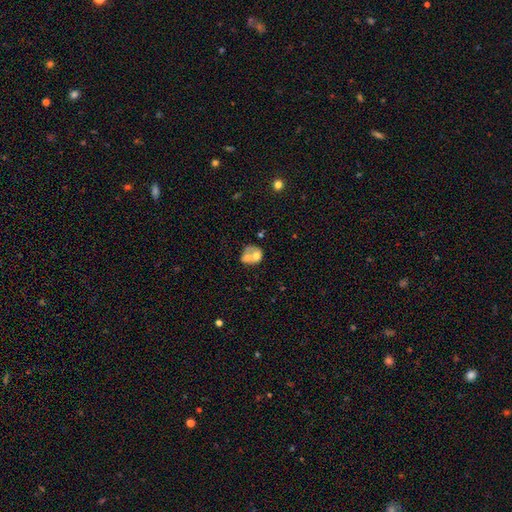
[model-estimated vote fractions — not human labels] Smooth or featured? smooth (55%)
How rounded? round (53%)
Merging? merger (61%)